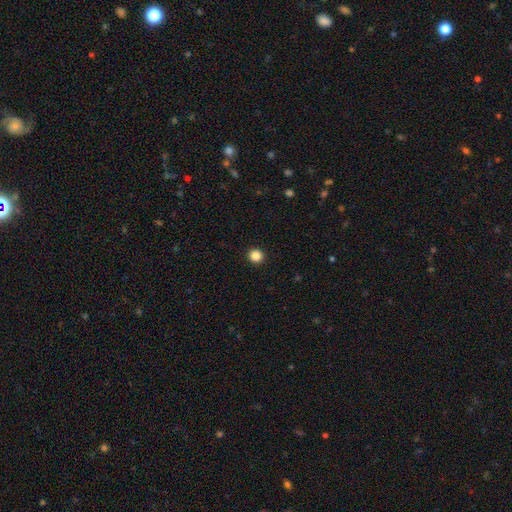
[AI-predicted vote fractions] This appears to be a smooth galaxy with no disk features (86%) that is round (94%). Merging: none (94%).